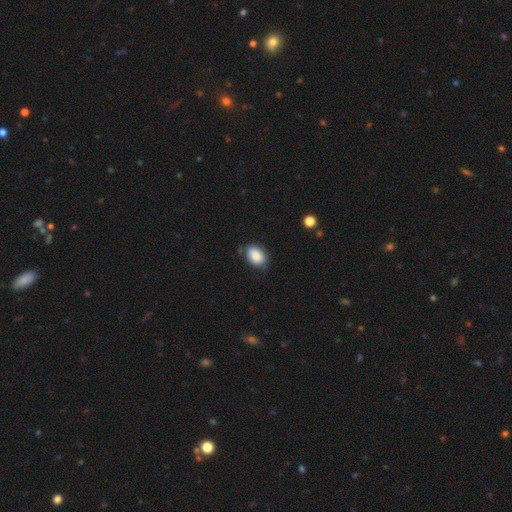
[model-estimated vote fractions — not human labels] Smooth or featured?
  - smooth: 87% *
  - star or artifact: 7%
  - featured or disk: 6%
How rounded?
  - in between: 84% *
  - round: 15%
  - cigar-shaped: 1%
Merging?
  - none: 70% *
  - minor disturbance: 24%
  - major disturbance: 4%
  - merger: 2%